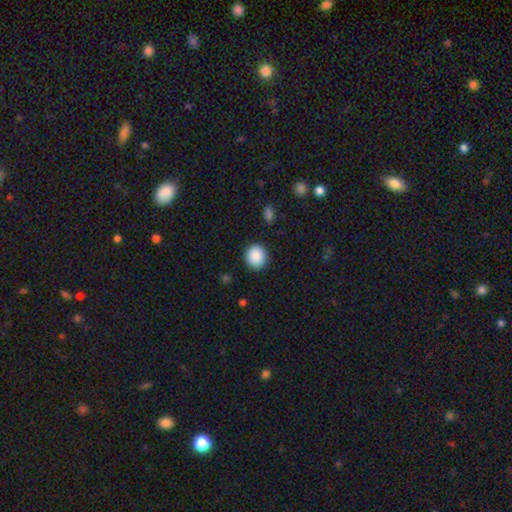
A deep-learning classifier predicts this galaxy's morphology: Overall: smooth (89%). How rounded: round (84%). Merging: none (89%).